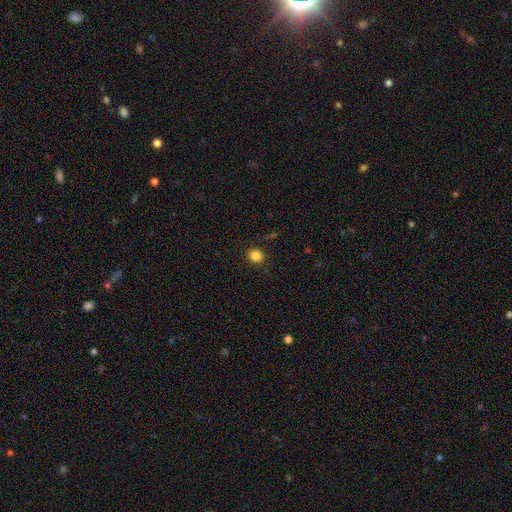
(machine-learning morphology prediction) A smooth galaxy with no disk features (84%) that is round (84%).

Vote fractions:
- Smooth or featured? smooth: 84% / star or artifact: 12% / featured or disk: 4%
- How rounded? round: 84% / in between: 15% / cigar-shaped: 1%
- Merging? none: 89% / minor disturbance: 7% / major disturbance: 2% / merger: 1%